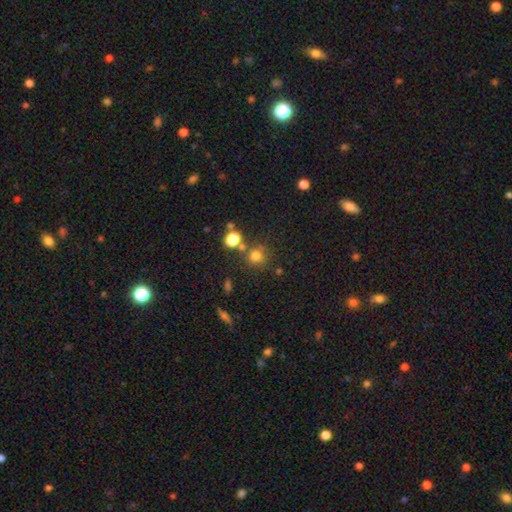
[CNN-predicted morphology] smooth 73%, star or artifact 18%, featured or disk 9%. Down the decision tree: how rounded — round (85%); merging — none (68%).